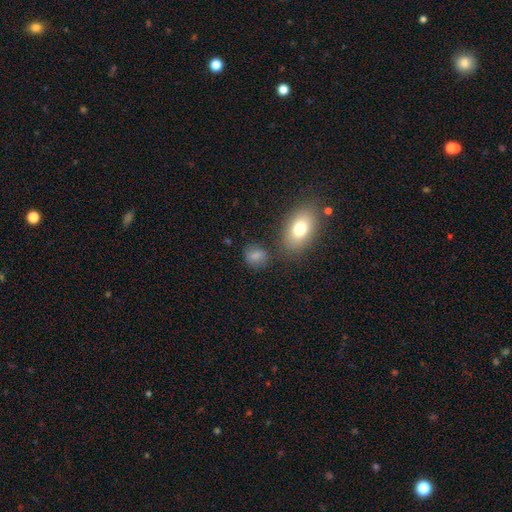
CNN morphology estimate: Smooth or featured? smooth (80%)
How rounded? in between (49%, tied with round)
Merging? none (71%)